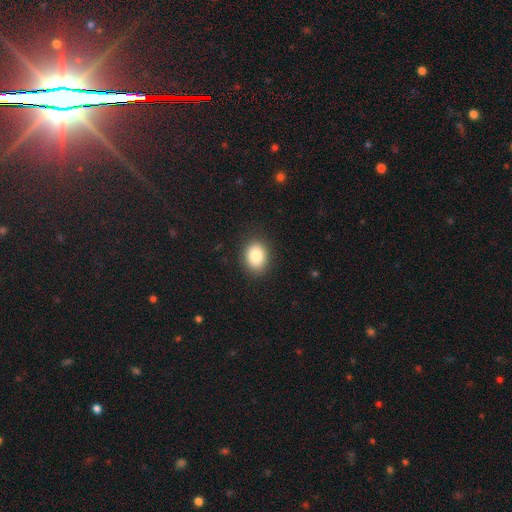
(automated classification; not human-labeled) Smooth or featured? Predicted: smooth (p=0.85). How rounded? Predicted: in between (p=0.61). Merging? Predicted: none (p=0.88).